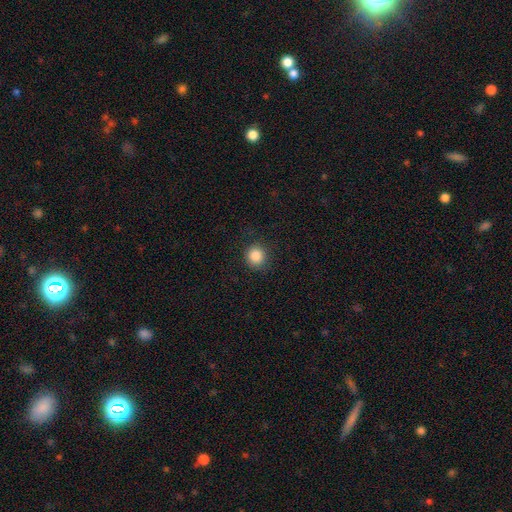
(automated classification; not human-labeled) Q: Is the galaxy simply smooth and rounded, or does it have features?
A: smooth — 86%.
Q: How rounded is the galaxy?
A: round — 92%.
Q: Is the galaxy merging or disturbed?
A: none — 88%.